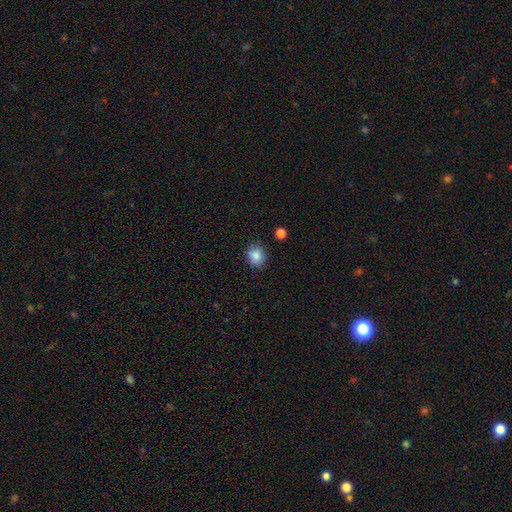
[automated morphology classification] This is clearly a smooth galaxy (86%). How rounded: likely round (75%). Merging: clearly none (84%).